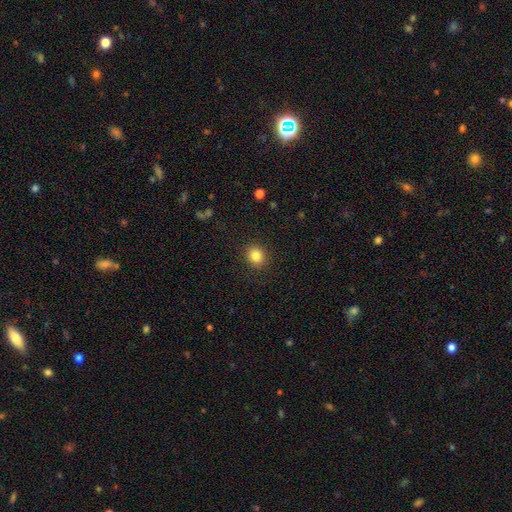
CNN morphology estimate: smooth_or_featured: smooth (p=0.83) [alt: star or artifact p=0.11]
how_rounded: round (p=0.74) [alt: in between p=0.25]
merging: none (p=0.90) [alt: minor disturbance p=0.07]